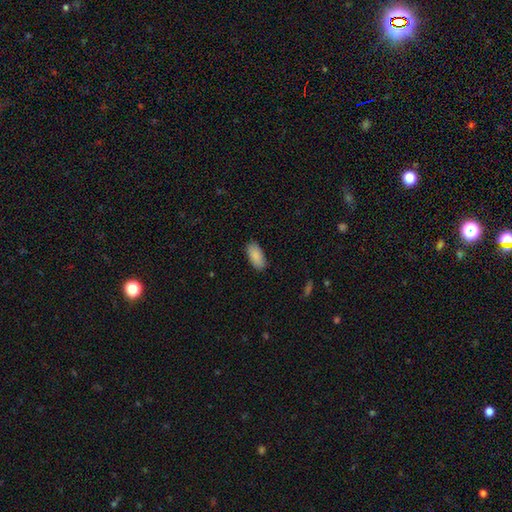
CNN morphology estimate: Smooth or featured? Predicted: smooth (p=0.89). How rounded? Predicted: in between (p=0.91). Merging? Predicted: none (p=0.86).